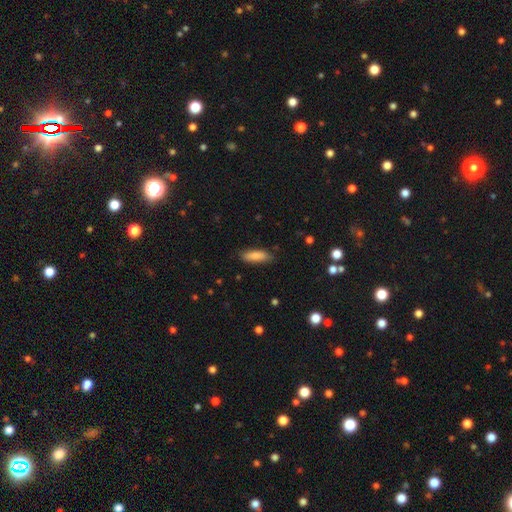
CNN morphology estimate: A smooth galaxy with no disk features (85%) that is in between round and cigar-shaped (50%). Merging: none (83%).